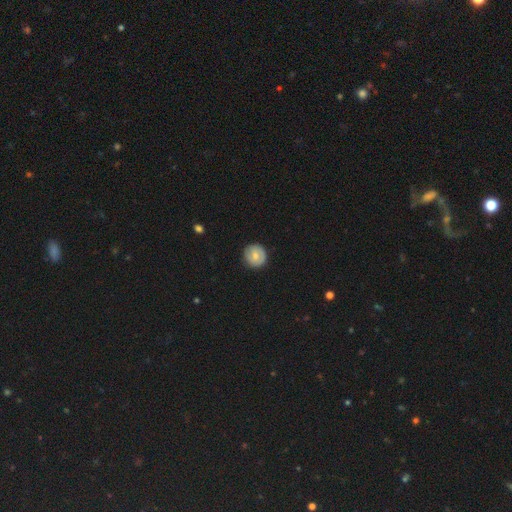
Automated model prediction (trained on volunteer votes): Morphology: type=smooth (64%); roundness=round (94%); merging=none (88%).